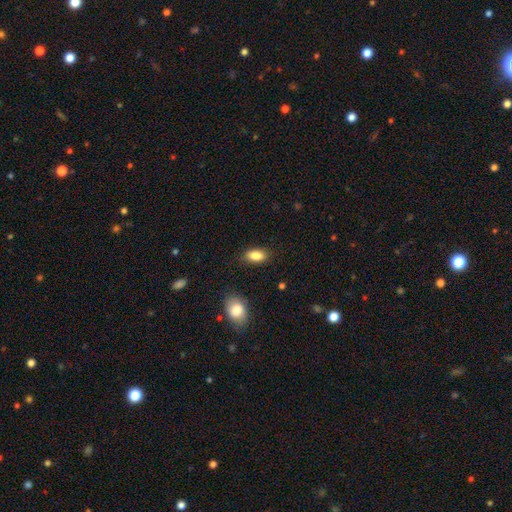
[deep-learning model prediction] Overall: smooth (86%). How rounded: in between (90%). Merging: none (84%).